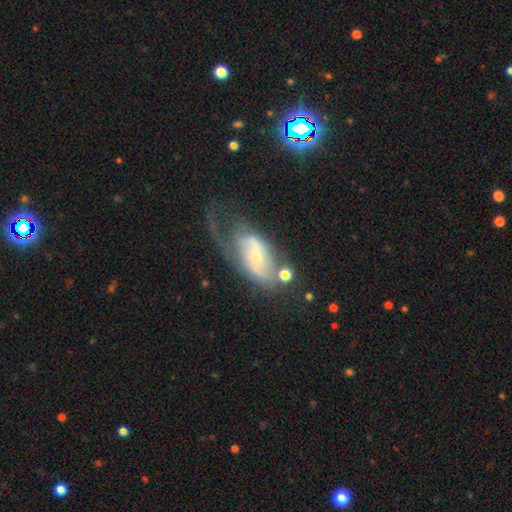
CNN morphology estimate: Smooth or featured: featured or disk — 68% (smooth — 24%)
Edge-on disk: no — 91% (yes — 9%)
Bar: no — 58% (weak — 31%)
Spiral arms: yes — 74% (no — 26%)
Bulge size: small — 66% (moderate — 26%)
Merging: major disturbance — 43% (none — 28%)